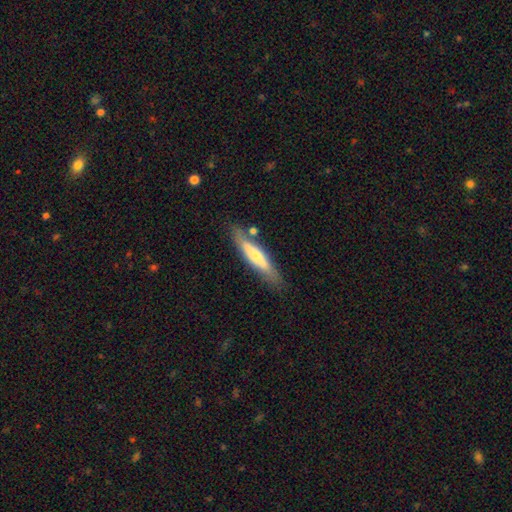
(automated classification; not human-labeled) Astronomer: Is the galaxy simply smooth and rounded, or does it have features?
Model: smooth — 51% (runner-up: featured or disk, 43%).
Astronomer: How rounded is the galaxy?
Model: cigar-shaped — 84%.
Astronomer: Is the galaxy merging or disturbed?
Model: none — 75%.